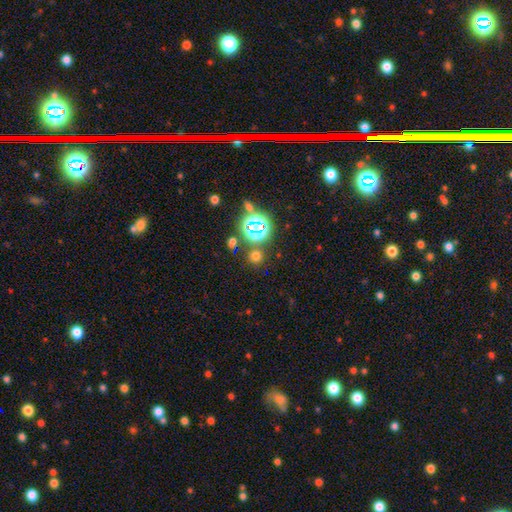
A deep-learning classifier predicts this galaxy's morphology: smooth_or_featured: smooth (p=0.57) [alt: star or artifact p=0.37]
how_rounded: round (p=0.89) [alt: in between p=0.10]
merging: none (p=0.80) [alt: minor disturbance p=0.08]